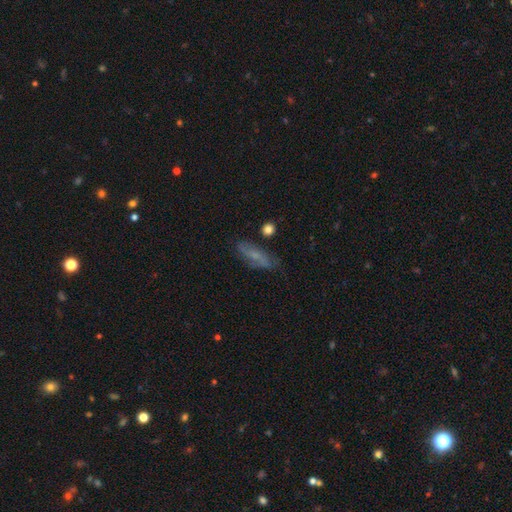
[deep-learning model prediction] smooth 46%, featured or disk 43%, star or artifact 12%. Down the decision tree: merging — none (70%).